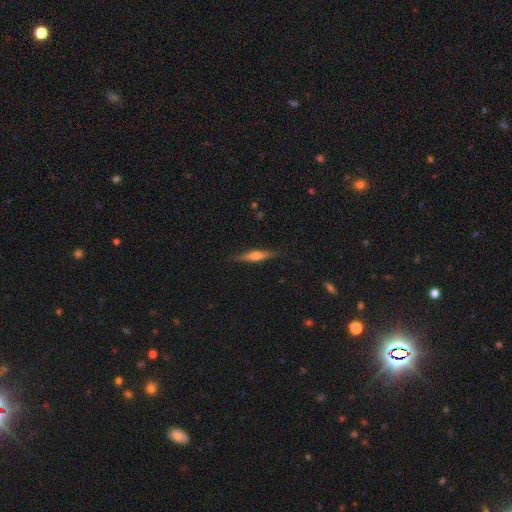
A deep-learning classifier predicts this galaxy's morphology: Smooth or featured? Predicted: featured or disk (p=0.60). Edge-on disk? Predicted: yes (p=0.97). Edge-on bulge? Predicted: rounded (p=0.87). Merging? Predicted: none (p=0.88).